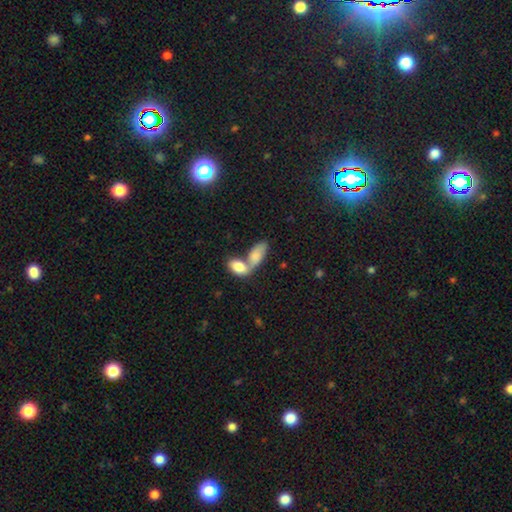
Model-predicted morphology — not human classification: Overall: smooth (79%). How rounded: in between (89%). Merging: merger (66%).